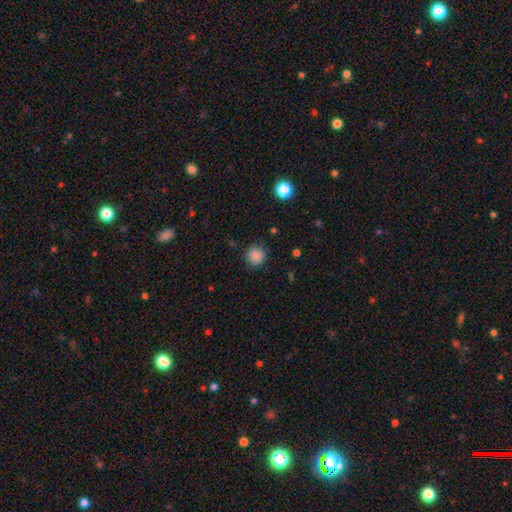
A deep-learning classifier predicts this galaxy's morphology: smooth-or-featured: smooth: 86% | star or artifact: 11% | featured or disk: 3%
  how-rounded: round: 93% | in between: 6% | cigar-shaped: 1%
  merging: none: 87% | minor disturbance: 9% | major disturbance: 3% | merger: 1%